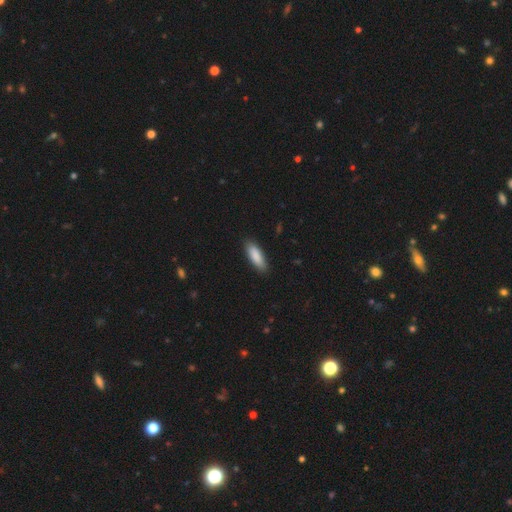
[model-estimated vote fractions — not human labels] Smooth or featured?
  - smooth: 88% *
  - featured or disk: 6%
  - star or artifact: 6%
How rounded?
  - in between: 61% *
  - cigar-shaped: 37%
  - round: 2%
Merging?
  - none: 86% *
  - minor disturbance: 11%
  - major disturbance: 2%
  - merger: 1%